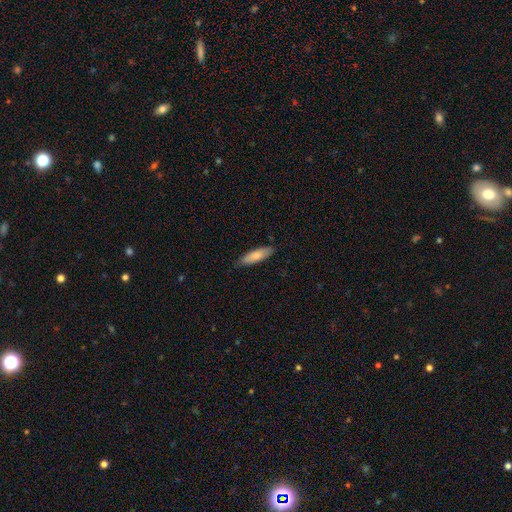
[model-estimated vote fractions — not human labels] smooth 81%, featured or disk 14%, star or artifact 5%. Down the decision tree: how rounded — cigar-shaped (55%); merging — none (84%).